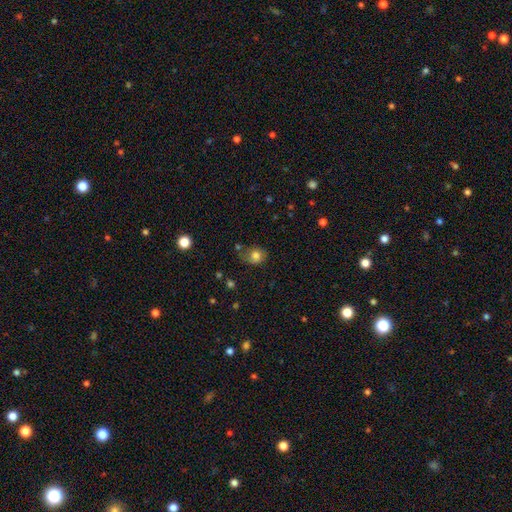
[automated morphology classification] type=smooth (79%); roundness=round (65%); merging=none (56%).